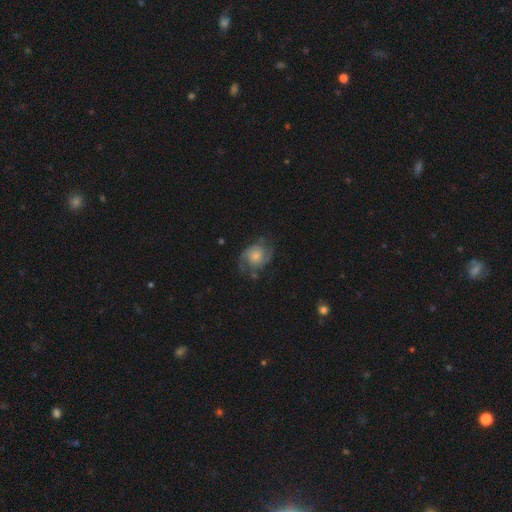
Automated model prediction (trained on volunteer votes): Q: Smooth or featured?
A: featured or disk (71%); runner-up: smooth (22%)
Q: Edge-on disk?
A: no (98%); runner-up: yes (2%)
Q: Bar?
A: no (73%); runner-up: weak (24%)
Q: Spiral arms?
A: yes (91%); runner-up: no (9%)
Q: Spiral winding?
A: medium (48%); runner-up: tight (26%)
Q: Spiral arm count?
A: 2 (75%); runner-up: can't tell (11%)
Q: Bulge size?
A: small (49%); runner-up: moderate (33%)
Q: Merging?
A: none (62%); runner-up: minor disturbance (21%)